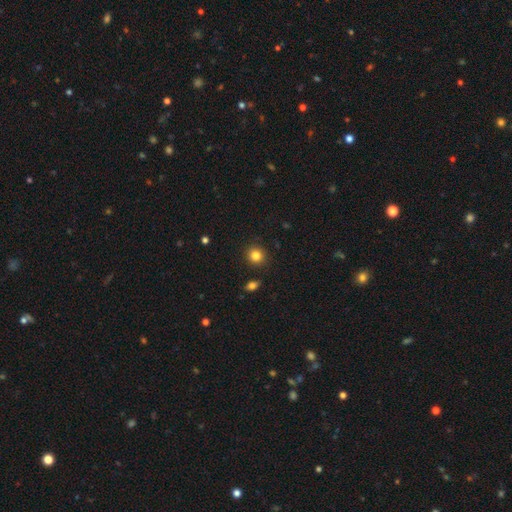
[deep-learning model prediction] smooth-or-featured: smooth: 84% | star or artifact: 11% | featured or disk: 5%
  how-rounded: round: 89% | in between: 10% | cigar-shaped: 1%
  merging: none: 90% | minor disturbance: 6% | major disturbance: 2% | merger: 2%